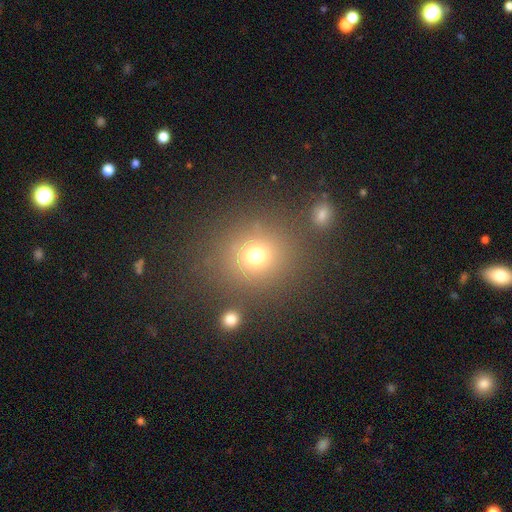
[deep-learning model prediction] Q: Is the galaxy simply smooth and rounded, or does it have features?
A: smooth — 71%.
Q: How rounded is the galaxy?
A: round — 83%.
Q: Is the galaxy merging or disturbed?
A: none — 79%.